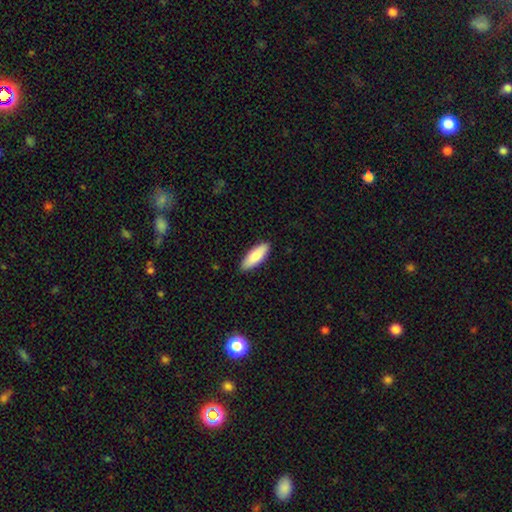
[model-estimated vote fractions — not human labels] Morphology: type=smooth (84%); roundness=in between (65%); merging=none (89%).